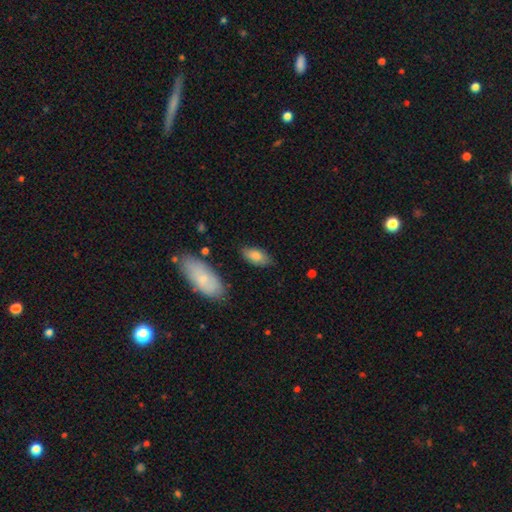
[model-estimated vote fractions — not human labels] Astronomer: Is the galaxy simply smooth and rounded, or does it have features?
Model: smooth — 82%.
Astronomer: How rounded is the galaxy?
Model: in between — 90%.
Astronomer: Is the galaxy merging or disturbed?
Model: none — 77%.